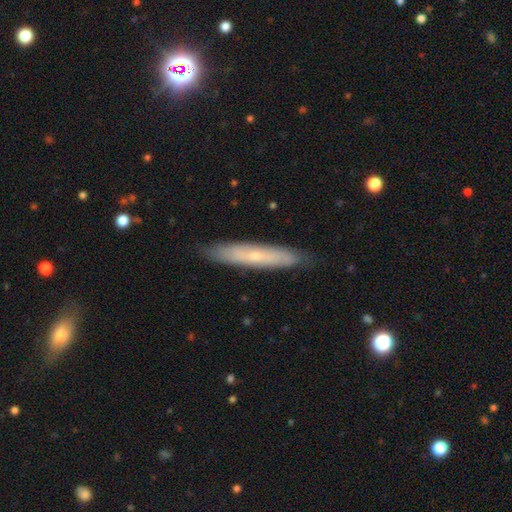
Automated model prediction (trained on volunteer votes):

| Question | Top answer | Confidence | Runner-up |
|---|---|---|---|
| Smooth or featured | featured or disk | 48% | smooth (46%) |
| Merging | none | 86% | minor disturbance (11%) |